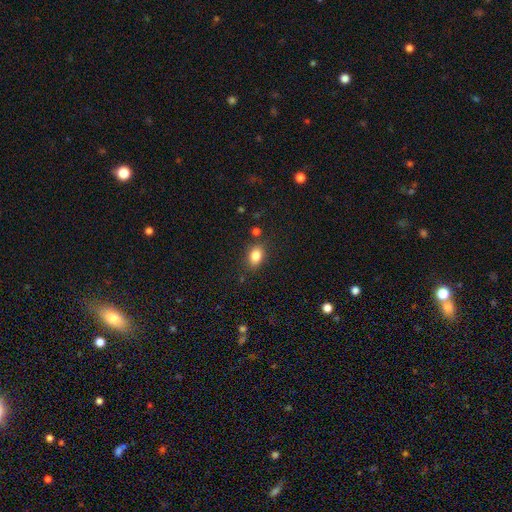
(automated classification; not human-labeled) smooth 84%, star or artifact 10%, featured or disk 7%. Down the decision tree: how rounded — in between (77%); merging — none (81%).